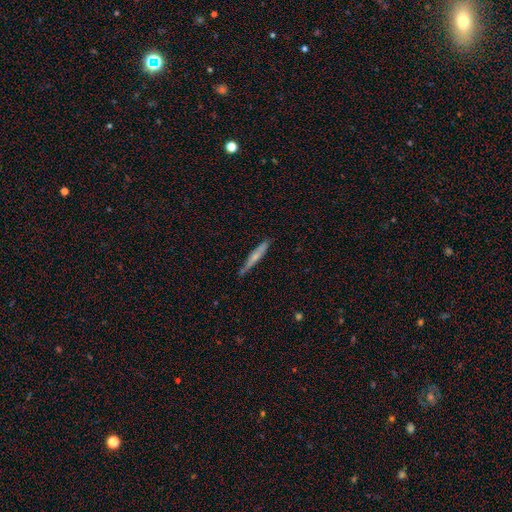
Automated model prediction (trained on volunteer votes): smooth-or-featured: smooth: 49% | featured or disk: 45% | star or artifact: 6%
  merging: none: 79% | minor disturbance: 16% | major disturbance: 3% | merger: 3%